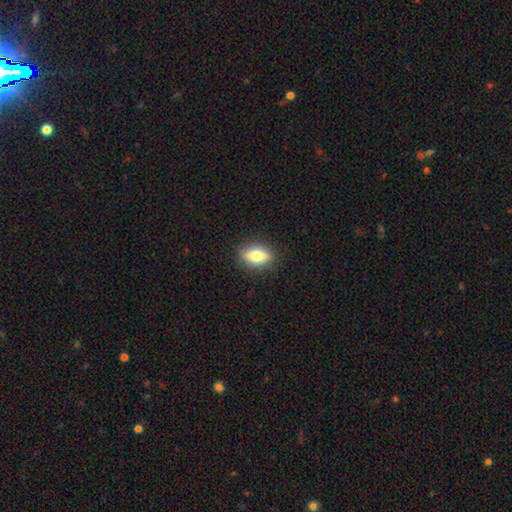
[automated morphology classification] smooth 62%, featured or disk 30%, star or artifact 8%. Down the decision tree: how rounded — in between (73%); merging — none (87%).